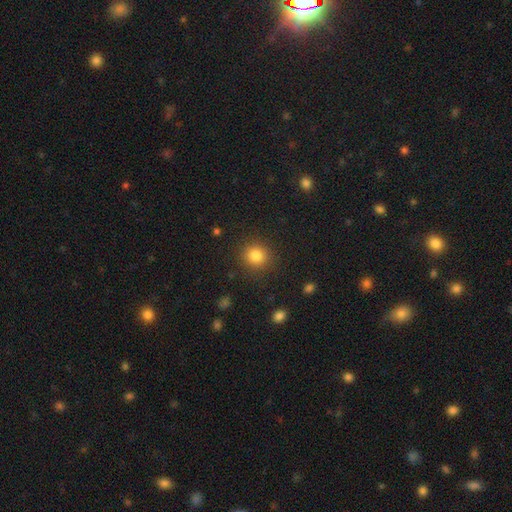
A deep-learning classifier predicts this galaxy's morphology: The model was most divided on "smooth or featured": smooth: 83%, star or artifact: 12%, featured or disk: 5%. More confident: how rounded — round (89%); merging — none (88%).